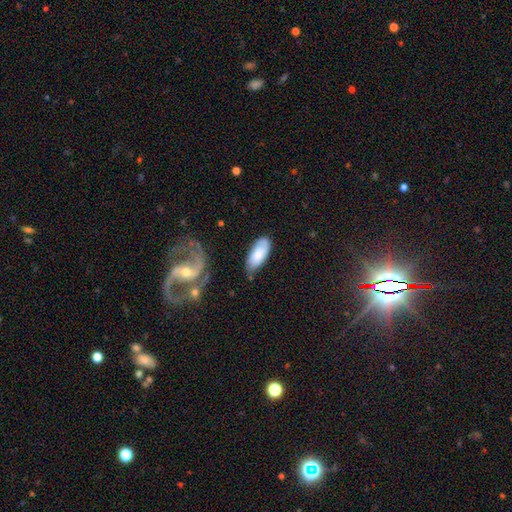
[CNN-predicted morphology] Smooth or featured? Predicted: smooth (p=0.75). How rounded? Predicted: in between (p=0.85). Merging? Predicted: none (p=0.59).